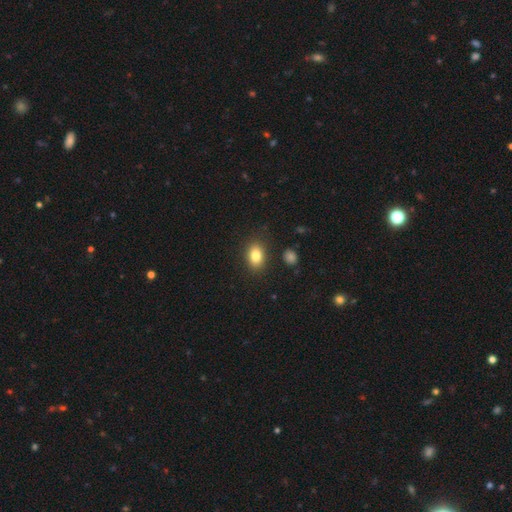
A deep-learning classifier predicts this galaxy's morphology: smooth_or_featured: smooth (p=0.84) [alt: star or artifact p=0.09]
how_rounded: in between (p=0.79) [alt: round p=0.20]
merging: none (p=0.86) [alt: minor disturbance p=0.09]